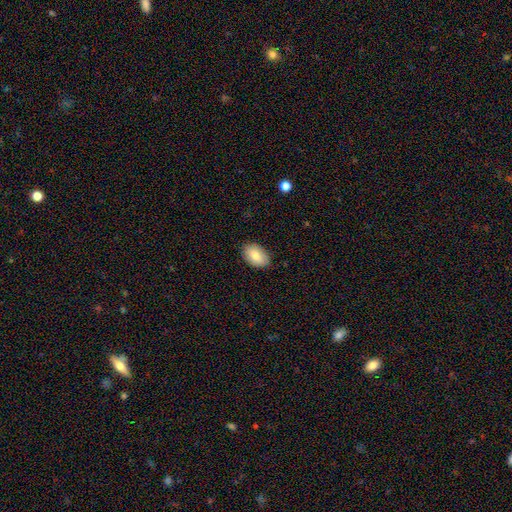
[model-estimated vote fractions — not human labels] Smooth or featured: smooth — 82% (featured or disk — 11%)
How rounded: in between — 90% (round — 9%)
Merging: none — 86% (minor disturbance — 11%)